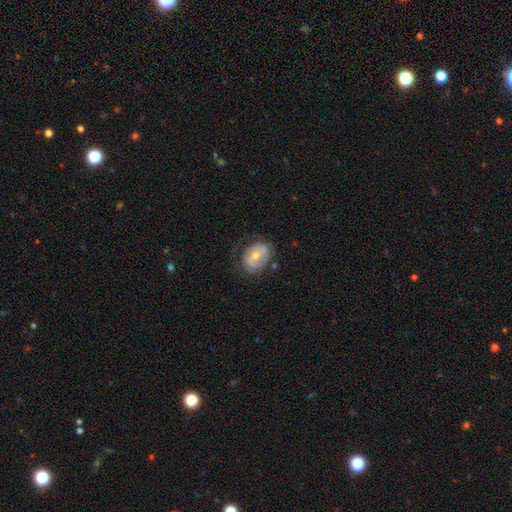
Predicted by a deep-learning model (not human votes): A featured or disk galaxy (54%) with no bar (55%), spiral arms (67%) and a moderate central bulge (61%).

Vote fractions:
- Smooth or featured? featured or disk: 54% / smooth: 39% / star or artifact: 7%
- Edge-on disk? no: 96% / yes: 4%
- Bar? no: 55% / weak: 35% / strong: 10%
- Spiral arms? yes: 67% / no: 33%
- Bulge size? moderate: 61% / small: 34% / large: 3% / none: 2% / dominant: 1%
- Merging? none: 65% / minor disturbance: 23% / major disturbance: 10% / merger: 2%